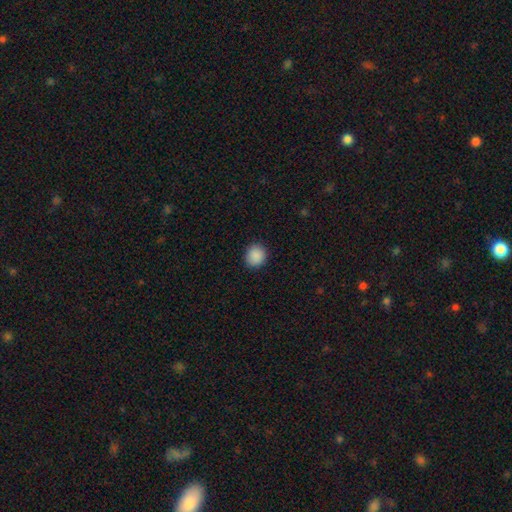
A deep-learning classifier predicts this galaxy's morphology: The model was most divided on "how rounded": round: 87%, in between: 12%, cigar-shaped: 1%. More confident: merging — none (90%); smooth or featured — smooth (89%).